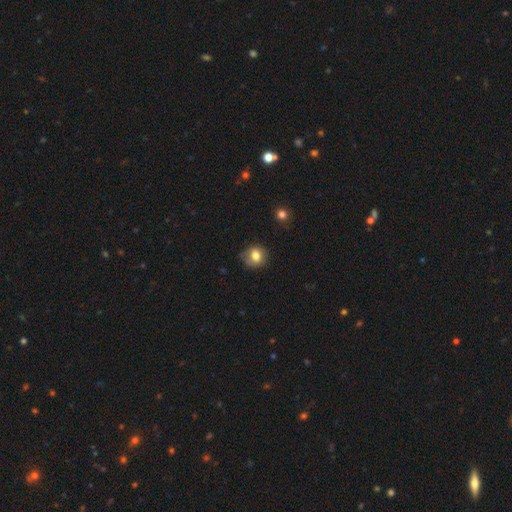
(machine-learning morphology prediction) Smooth or featured? Predicted: smooth (p=0.78). How rounded? Predicted: round (p=0.78). Merging? Predicted: none (p=0.69).